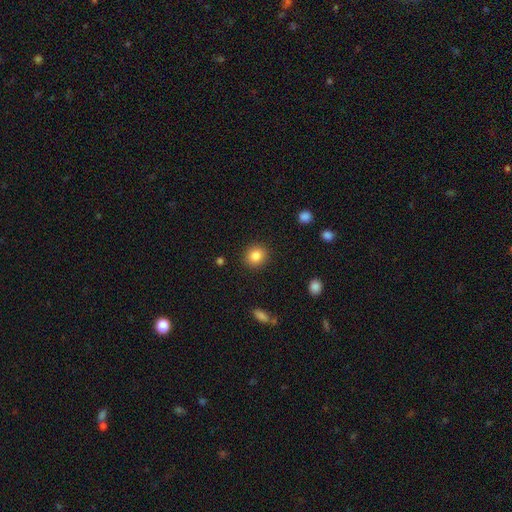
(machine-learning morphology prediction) This is clearly a smooth galaxy (85%). How rounded: clearly round (81%). Merging: clearly none (90%).